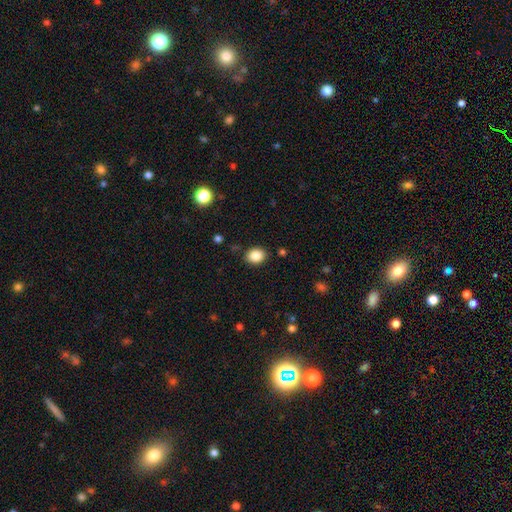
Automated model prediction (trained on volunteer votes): smooth-or-featured: smooth: 86% | star or artifact: 9% | featured or disk: 5%
  how-rounded: in between: 50% | round: 49% | cigar-shaped: 1%
  merging: none: 88% | minor disturbance: 8% | major disturbance: 2% | merger: 2%